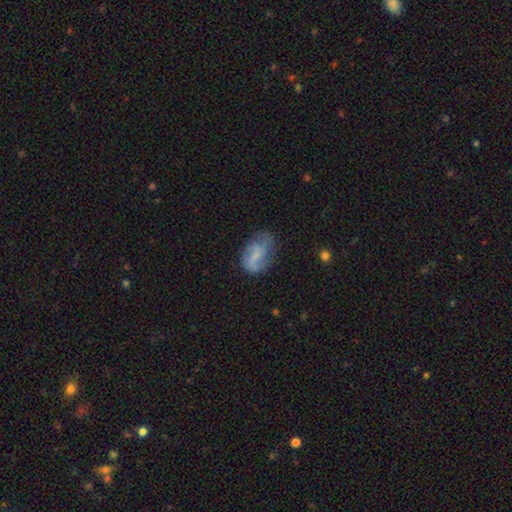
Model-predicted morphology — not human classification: Smooth or featured: smooth — 46% (featured or disk — 45%)
Merging: none — 45% (minor disturbance — 32%)